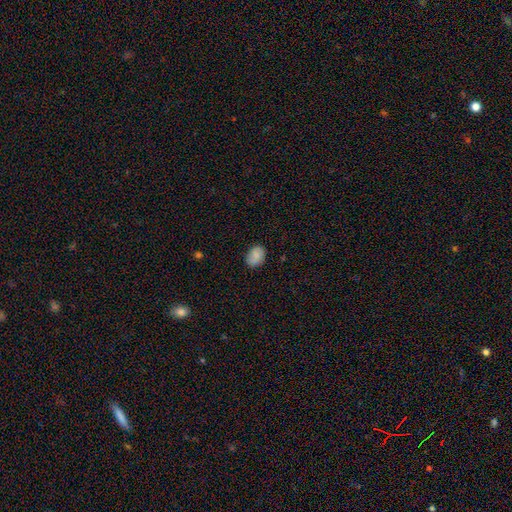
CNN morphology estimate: This appears to be a smooth galaxy with no disk features (82%) that is in between round and cigar-shaped (71%). Merging: none (81%).